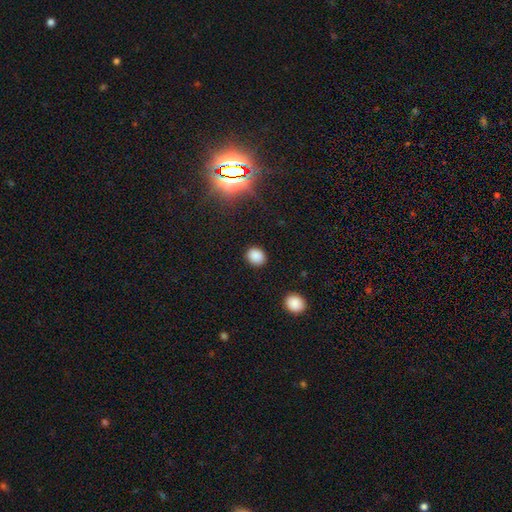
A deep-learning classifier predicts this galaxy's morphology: This is clearly a smooth galaxy (85%). How rounded: likely round (61%). Merging: clearly none (88%).